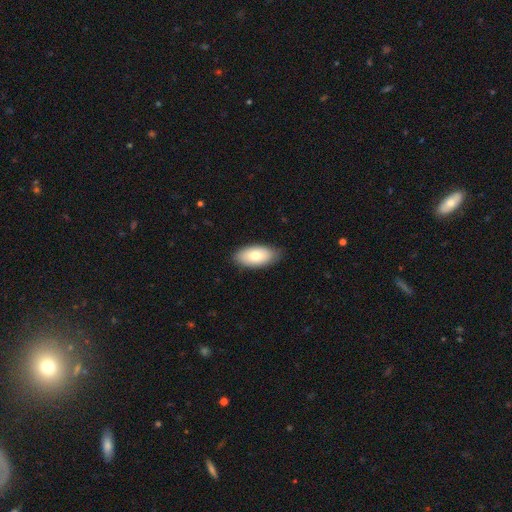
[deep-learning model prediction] smooth_or_featured: smooth (p=0.77) [alt: featured or disk p=0.17]
how_rounded: in between (p=0.93) [alt: cigar-shaped p=0.04]
merging: none (p=0.84) [alt: minor disturbance p=0.13]